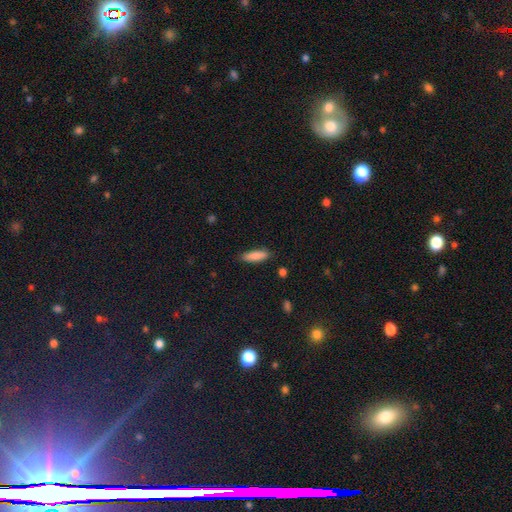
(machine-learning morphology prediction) Smooth or featured? smooth (86%)
How rounded? cigar-shaped (50%)
Merging? none (84%)